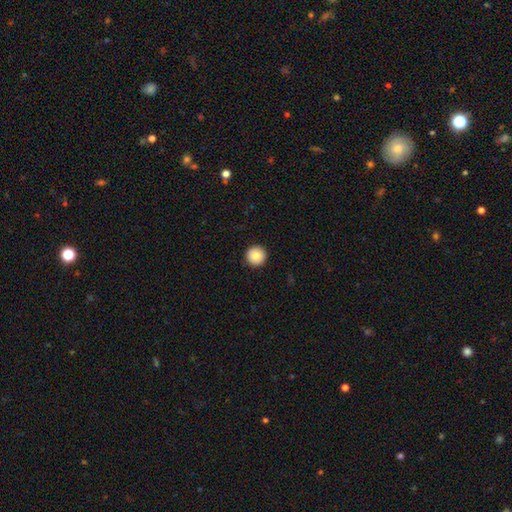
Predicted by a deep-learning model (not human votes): This is clearly a smooth galaxy (87%). How rounded: clearly round (97%). Merging: clearly none (94%).